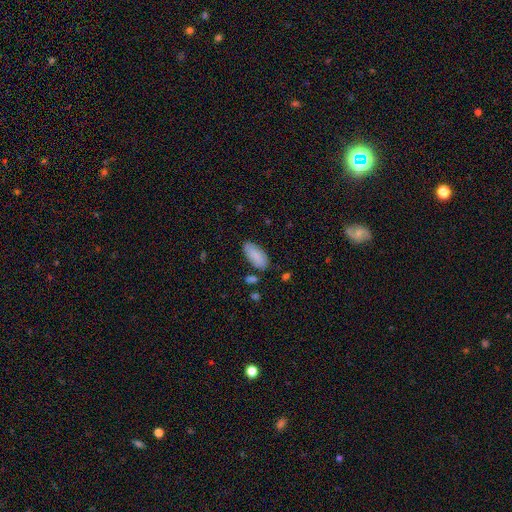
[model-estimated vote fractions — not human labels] A smooth galaxy with no disk features (88%) that is in between round and cigar-shaped (90%). Merging: none (78%).